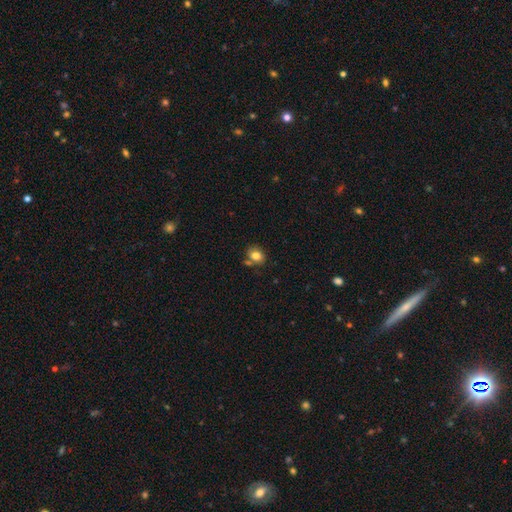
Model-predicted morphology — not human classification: The model was most divided on "how rounded": in between: 52%, round: 47%, cigar-shaped: 1%. More confident: smooth or featured — smooth (81%); merging — none (65%).